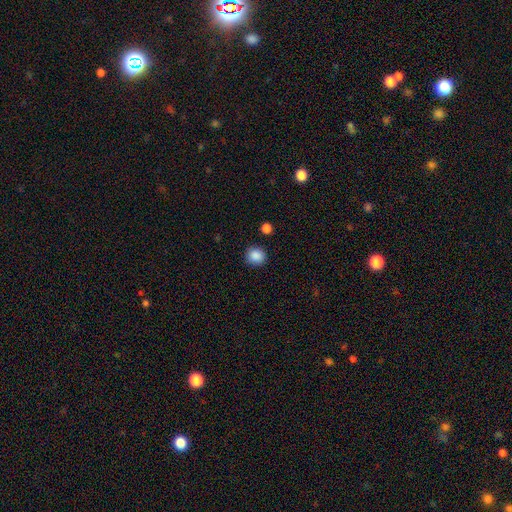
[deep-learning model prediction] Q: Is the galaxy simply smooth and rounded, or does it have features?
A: smooth — 88%.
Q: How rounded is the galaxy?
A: round — 85%.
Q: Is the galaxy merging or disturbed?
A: none — 88%.